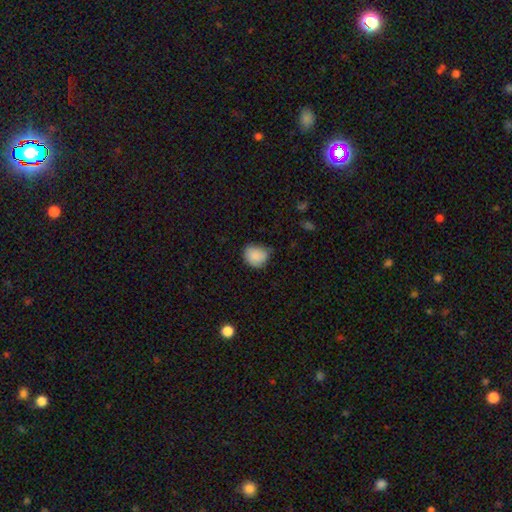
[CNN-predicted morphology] This is clearly a smooth galaxy (87%). How rounded: likely round (66%). Merging: possibly none (58%).